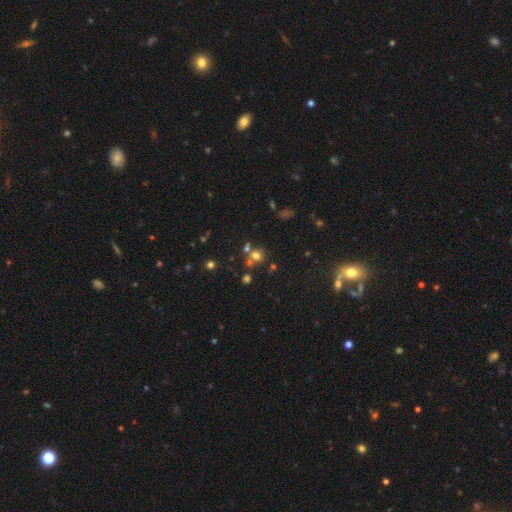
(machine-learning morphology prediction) smooth_or_featured: smooth (p=0.61) [alt: star or artifact p=0.25]
how_rounded: round (p=0.82) [alt: in between p=0.17]
merging: none (p=0.53) [alt: merger p=0.32]